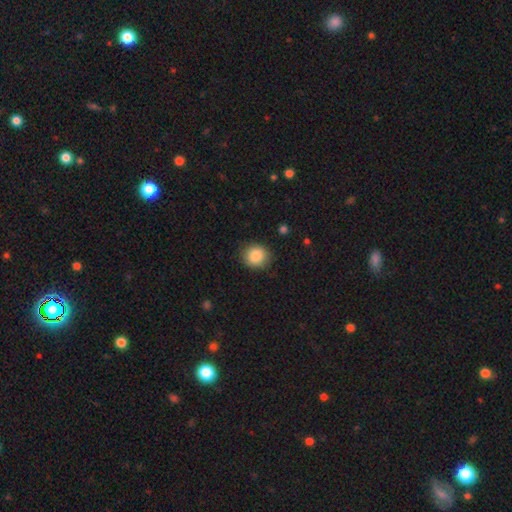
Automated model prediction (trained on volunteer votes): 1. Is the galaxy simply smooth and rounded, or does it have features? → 86% smooth, 9% star or artifact, 5% featured or disk.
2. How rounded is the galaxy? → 84% round, 15% in between, 1% cigar-shaped.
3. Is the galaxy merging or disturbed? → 87% none, 9% minor disturbance, 2% major disturbance, 1% merger.